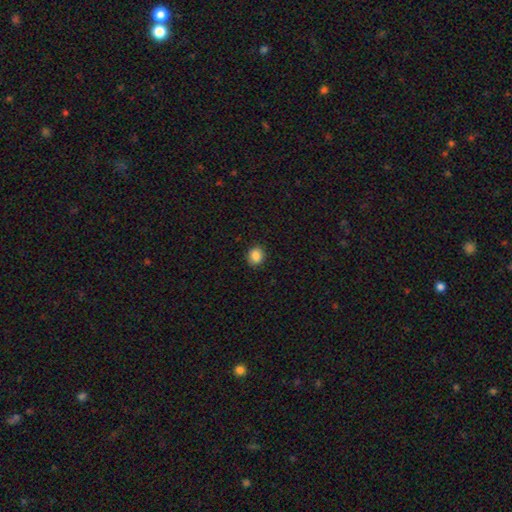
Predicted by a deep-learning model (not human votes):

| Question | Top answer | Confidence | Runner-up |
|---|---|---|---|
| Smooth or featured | smooth | 87% | star or artifact (10%) |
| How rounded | round | 74% | in between (25%) |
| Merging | none | 90% | minor disturbance (7%) |